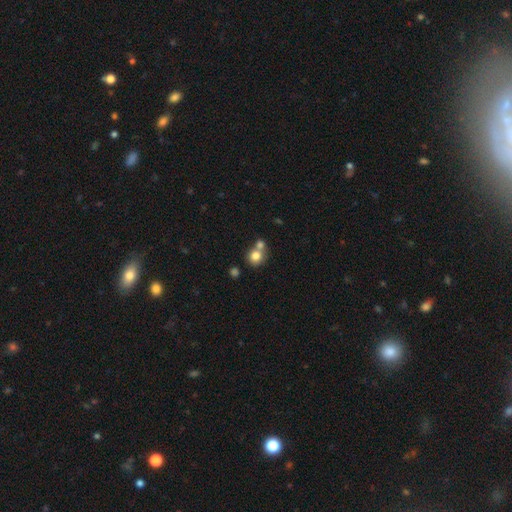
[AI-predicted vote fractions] Smooth or featured?
  - smooth: 80% *
  - featured or disk: 10%
  - star or artifact: 10%
How rounded?
  - round: 84% *
  - in between: 15%
  - cigar-shaped: 1%
Merging?
  - none: 46% *
  - merger: 44%
  - minor disturbance: 8%
  - major disturbance: 3%